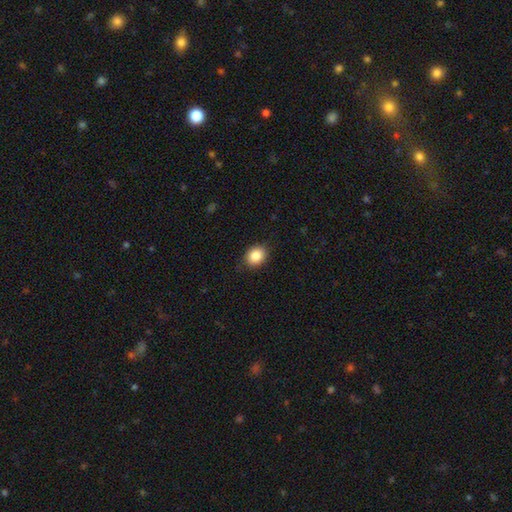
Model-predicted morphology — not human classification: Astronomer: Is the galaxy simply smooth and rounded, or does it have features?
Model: smooth — 86%.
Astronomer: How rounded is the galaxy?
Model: round — 52% (runner-up: in between, 47%).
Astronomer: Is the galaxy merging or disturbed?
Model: none — 86%.